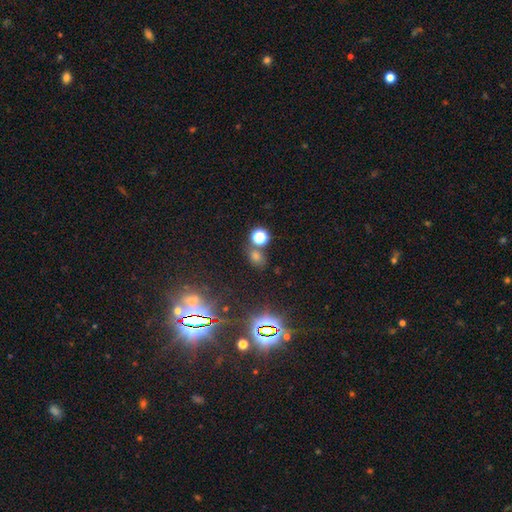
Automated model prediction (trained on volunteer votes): This is possibly a smooth galaxy (51%). How rounded: possibly round (58%). Merging: likely none (68%).